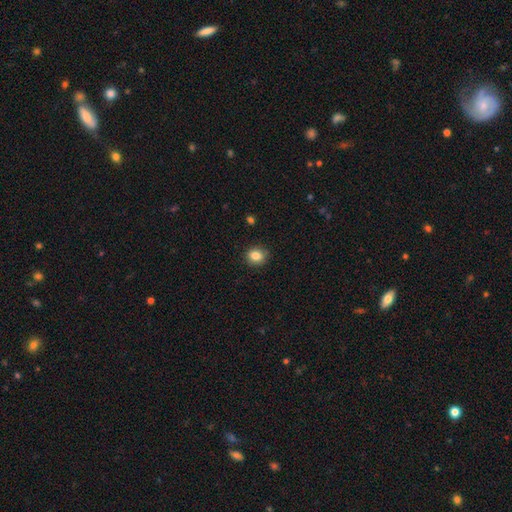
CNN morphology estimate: Smooth or featured? smooth (84%)
How rounded? round (69%)
Merging? none (86%)